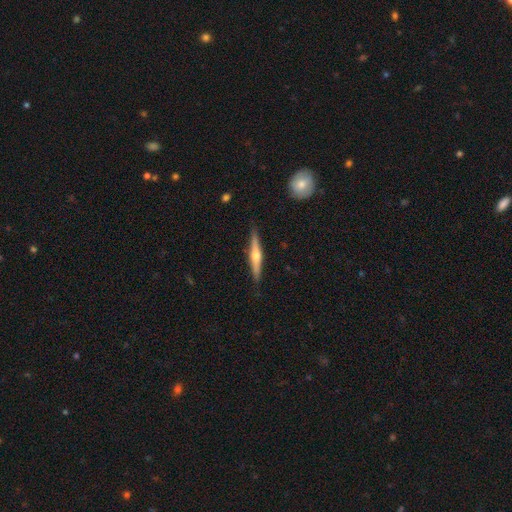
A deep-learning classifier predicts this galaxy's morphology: Smooth or featured?
  - featured or disk: 65% *
  - smooth: 29%
  - star or artifact: 6%
Edge-on disk?
  - yes: 97% *
  - no: 3%
Edge-on bulge?
  - rounded: 91% *
  - none: 5%
  - boxy: 4%
Merging?
  - none: 89% *
  - minor disturbance: 8%
  - major disturbance: 2%
  - merger: 1%